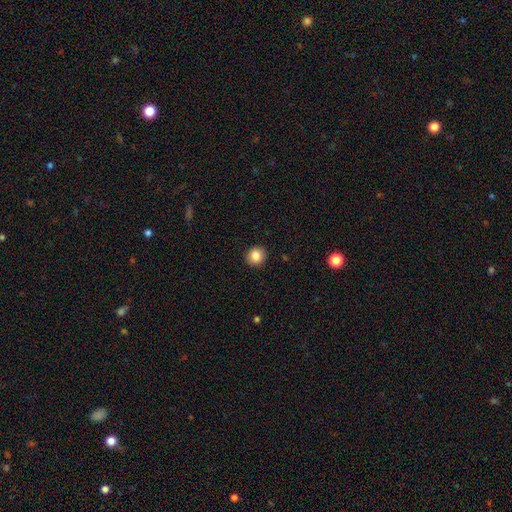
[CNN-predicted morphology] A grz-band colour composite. It shows a smooth galaxy with no disk features (86%) that is round (91%). Merging: none (92%).